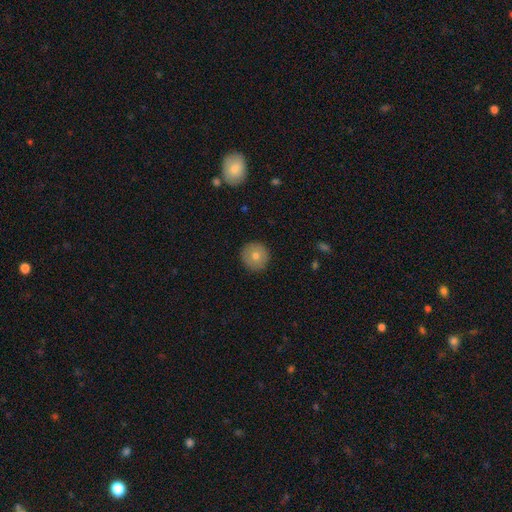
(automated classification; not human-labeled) The model was most divided on "smooth or featured": smooth: 74%, featured or disk: 18%, star or artifact: 8%. More confident: how rounded — round (95%); merging — none (91%).